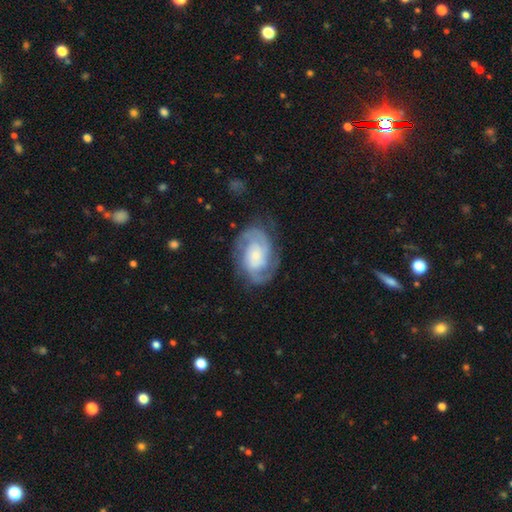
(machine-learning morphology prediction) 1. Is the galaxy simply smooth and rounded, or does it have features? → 85% featured or disk, 10% smooth, 5% star or artifact.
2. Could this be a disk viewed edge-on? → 98% no, 2% yes.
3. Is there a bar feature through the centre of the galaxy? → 64% no, 29% weak, 7% strong.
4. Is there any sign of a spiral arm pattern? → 96% yes, 4% no.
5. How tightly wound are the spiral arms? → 48% tight, 42% medium, 10% loose.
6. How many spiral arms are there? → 70% 2, 11% 3, 11% can't tell, 3% 1, 3% 4, 3% more than 4.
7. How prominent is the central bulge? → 48% small, 31% moderate, 11% large, 8% none, 2% dominant.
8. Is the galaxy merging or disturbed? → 74% none, 17% minor disturbance, 8% major disturbance, 1% merger.